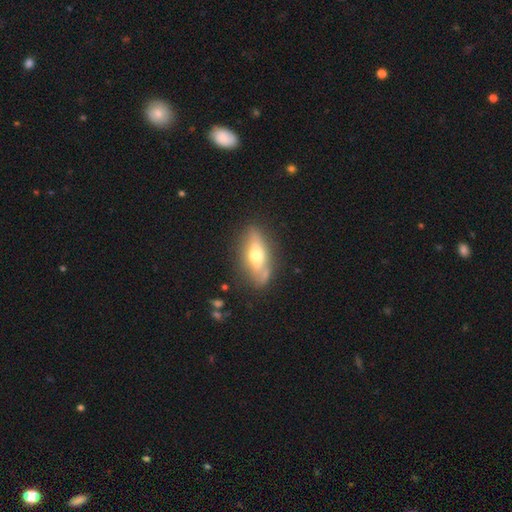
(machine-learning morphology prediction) A smooth galaxy with no disk features (47%).

Vote fractions:
- Smooth or featured? smooth: 47% / featured or disk: 46% / star or artifact: 7%
- Merging? none: 76% / minor disturbance: 16% / major disturbance: 4% / merger: 4%